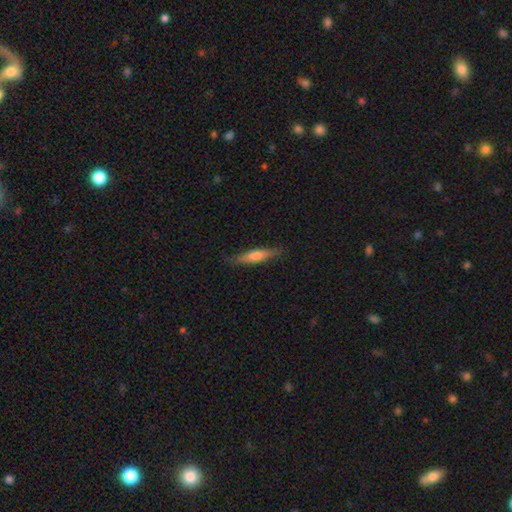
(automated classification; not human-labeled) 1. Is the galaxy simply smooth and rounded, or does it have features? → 48% featured or disk, 46% smooth, 6% star or artifact.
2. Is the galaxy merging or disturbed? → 87% none, 10% minor disturbance, 2% major disturbance, 1% merger.